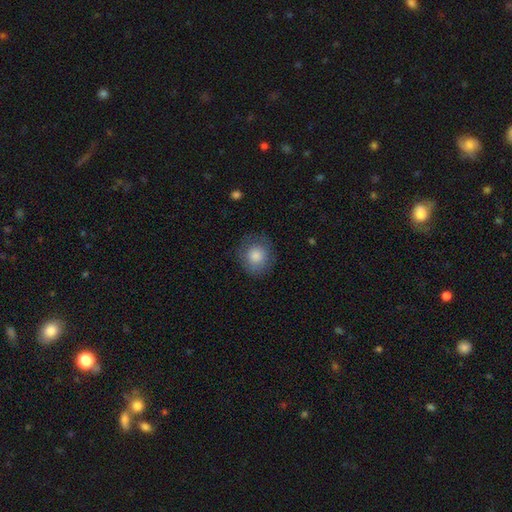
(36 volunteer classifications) smooth-or-featured: smooth: 81% | featured or disk: 17% | star or artifact: 3%
  how-rounded: round: 93% | in between: 7% | cigar-shaped: 0%
  merging: none: 86% | minor disturbance: 9% | major disturbance: 6% | merger: 0%